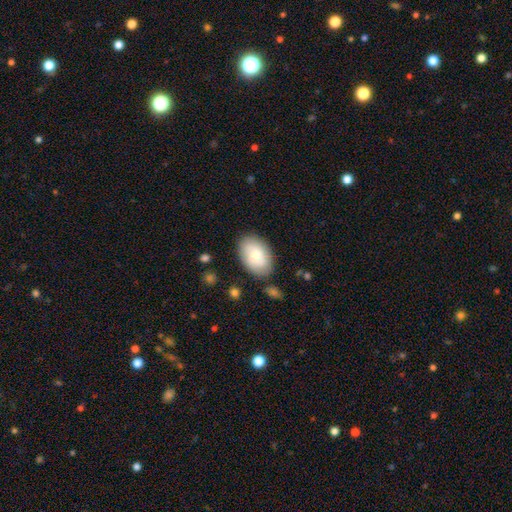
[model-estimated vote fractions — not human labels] smooth 69%, featured or disk 24%, star or artifact 6%. Down the decision tree: how rounded — in between (88%); merging — none (80%).